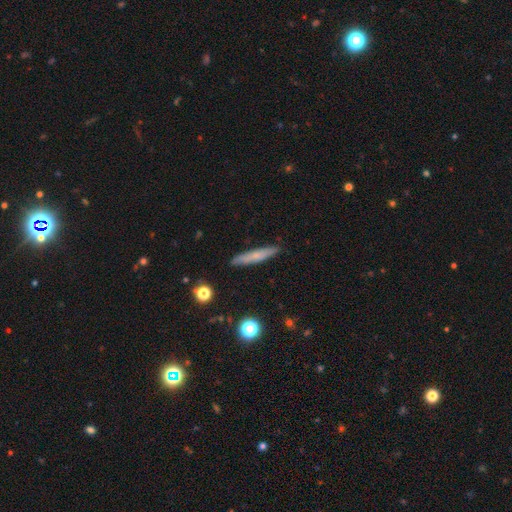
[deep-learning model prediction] smooth 61%, featured or disk 31%, star or artifact 8%. Down the decision tree: how rounded — cigar-shaped (92%); merging — none (88%).